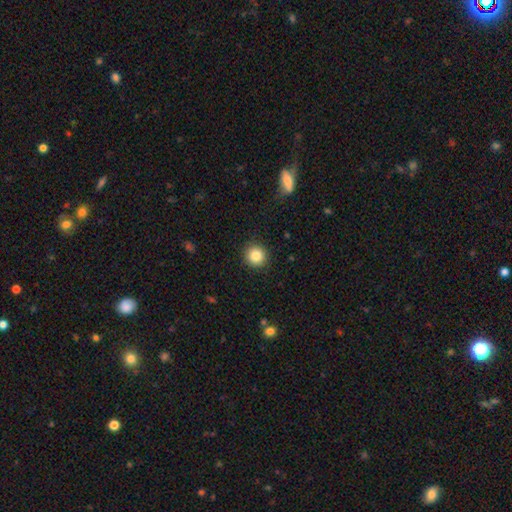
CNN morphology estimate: Smooth or featured: smooth — 84% (star or artifact — 10%)
How rounded: round — 94% (in between — 5%)
Merging: none — 91% (minor disturbance — 6%)